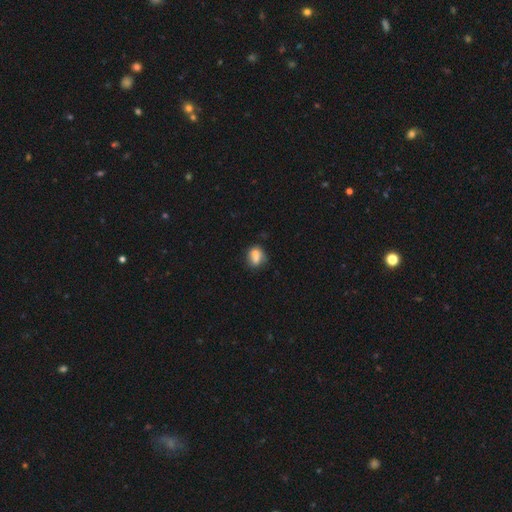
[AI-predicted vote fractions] smooth-or-featured: smooth: 72% | featured or disk: 18% | star or artifact: 10%
  how-rounded: round: 52% | in between: 46% | cigar-shaped: 2%
  merging: merger: 41% | none: 38% | minor disturbance: 15% | major disturbance: 6%